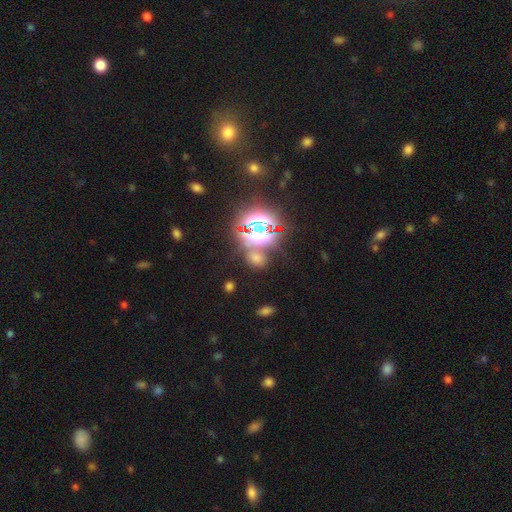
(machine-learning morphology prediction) This is likely a star or artifact rather than a galaxy (64%).